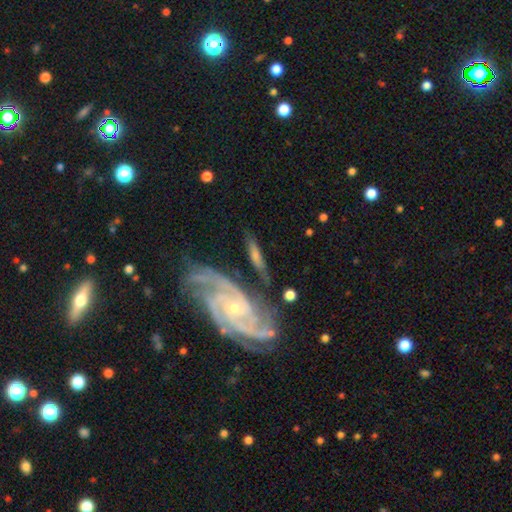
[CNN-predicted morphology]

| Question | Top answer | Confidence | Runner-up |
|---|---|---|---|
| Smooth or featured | featured or disk | 60% | smooth (33%) |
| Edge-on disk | no | 64% | yes (36%) |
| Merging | none | 59% | minor disturbance (21%) |